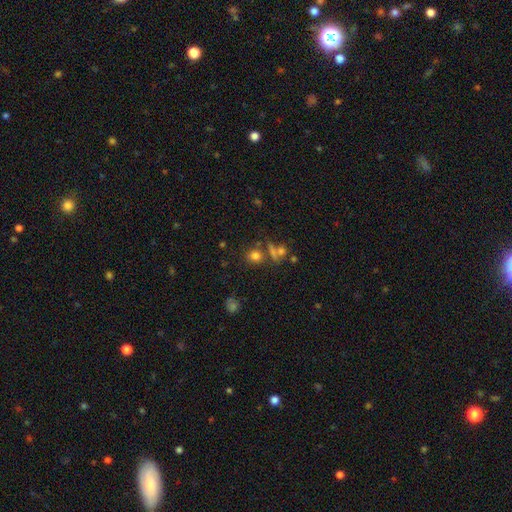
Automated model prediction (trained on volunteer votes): A smooth galaxy with no disk features (69%) that is round (77%). Merging: none (68%).